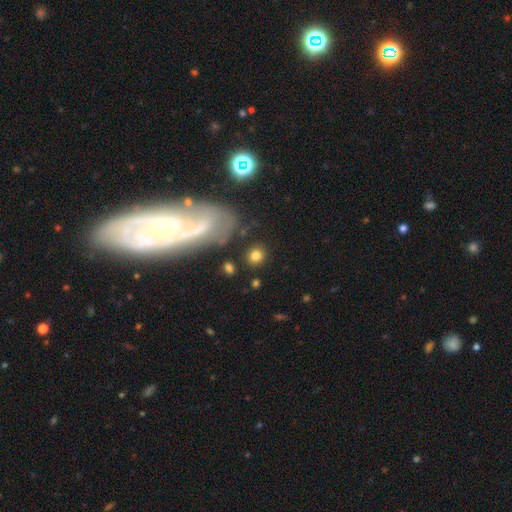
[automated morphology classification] A smooth galaxy with no disk features (80%) that is round (83%). Merging: none (82%).